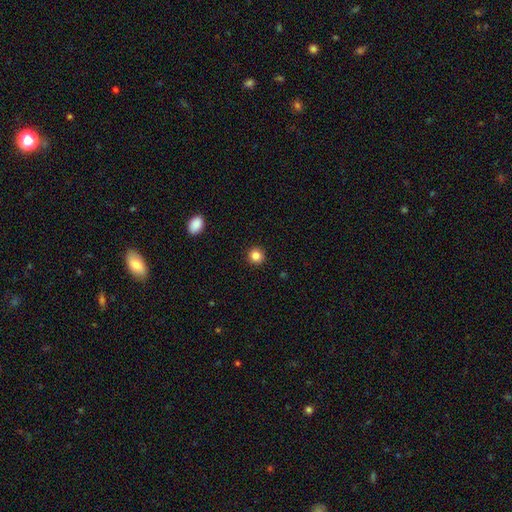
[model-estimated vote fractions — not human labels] A smooth galaxy with no disk features (85%) that is round (93%).

Vote fractions:
- Smooth or featured? smooth: 85% / star or artifact: 11% / featured or disk: 4%
- How rounded? round: 93% / in between: 6% / cigar-shaped: 1%
- Merging? none: 93% / minor disturbance: 5% / major disturbance: 2% / merger: 1%